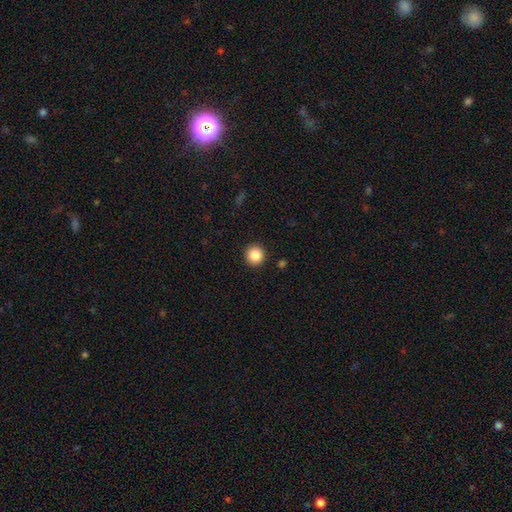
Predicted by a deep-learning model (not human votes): This appears to be a smooth galaxy with no disk features (86%) that is round (94%). Merging: none (93%).